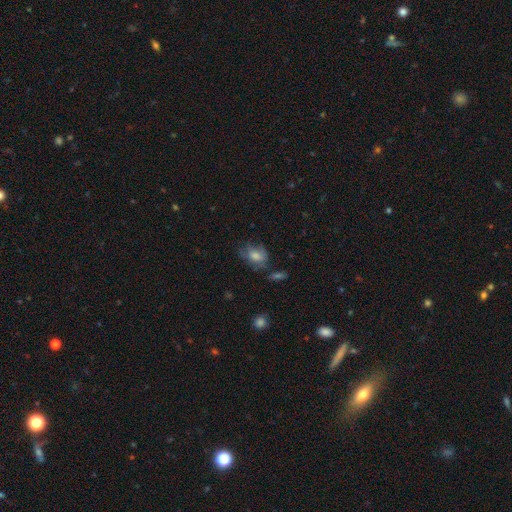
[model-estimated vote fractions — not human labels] smooth_or_featured: smooth (p=0.67) [alt: featured or disk p=0.24]
how_rounded: in between (p=0.65) [alt: round p=0.33]
merging: none (p=0.50) [alt: minor disturbance p=0.29]